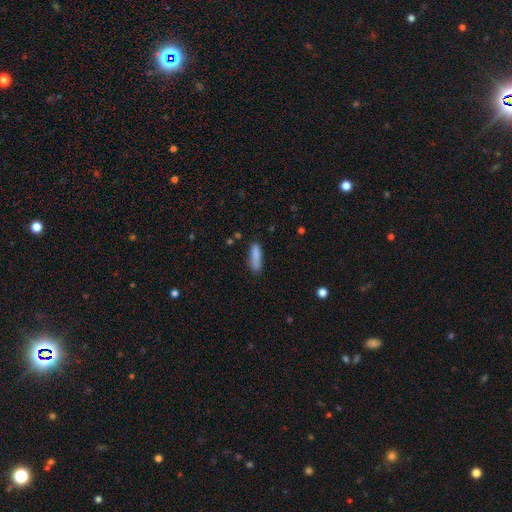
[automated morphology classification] Smooth or featured: smooth — 85% (star or artifact — 8%)
How rounded: cigar-shaped — 59% (in between — 39%)
Merging: none — 74% (minor disturbance — 18%)